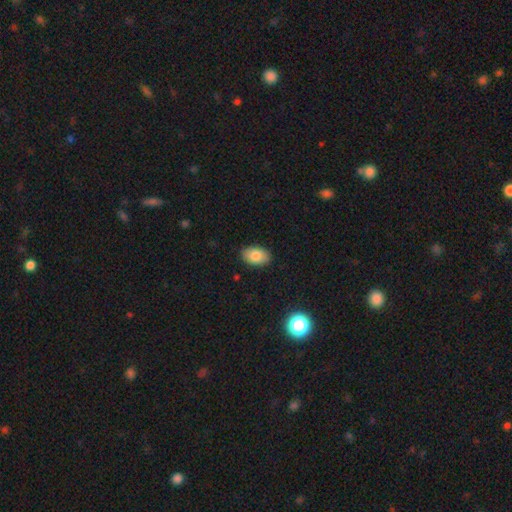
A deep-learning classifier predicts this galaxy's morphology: Smooth or featured? Predicted: smooth (p=0.83). How rounded? Predicted: in between (p=0.90). Merging? Predicted: none (p=0.87).